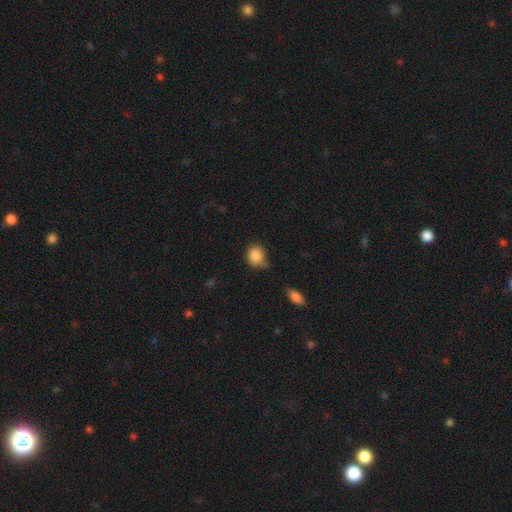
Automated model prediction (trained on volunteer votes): The model was most divided on "merging": none: 61%, minor disturbance: 27%, major disturbance: 6%, merger: 6%. More confident: smooth or featured — smooth (87%); how rounded — round (72%).